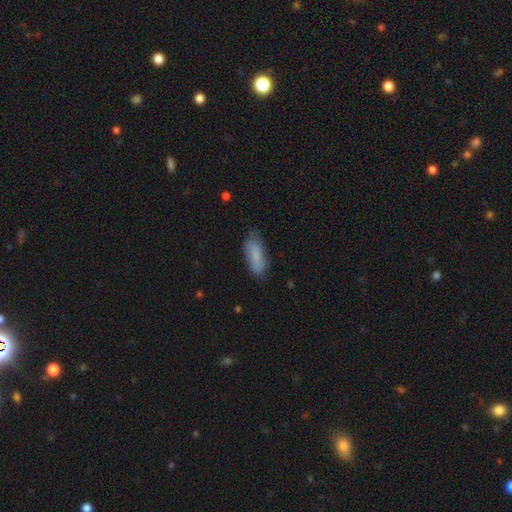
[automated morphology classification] Smooth or featured?
  - smooth: 78% *
  - featured or disk: 15%
  - star or artifact: 7%
How rounded?
  - in between: 72% *
  - cigar-shaped: 26%
  - round: 2%
Merging?
  - none: 72% *
  - minor disturbance: 22%
  - major disturbance: 5%
  - merger: 2%